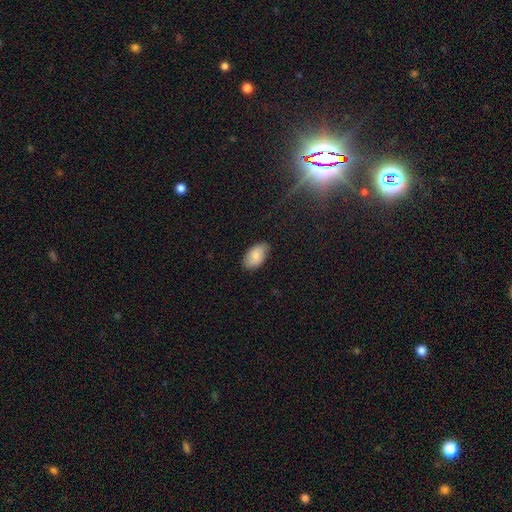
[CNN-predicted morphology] Overall: smooth (84%). How rounded: in between (95%). Merging: none (84%).